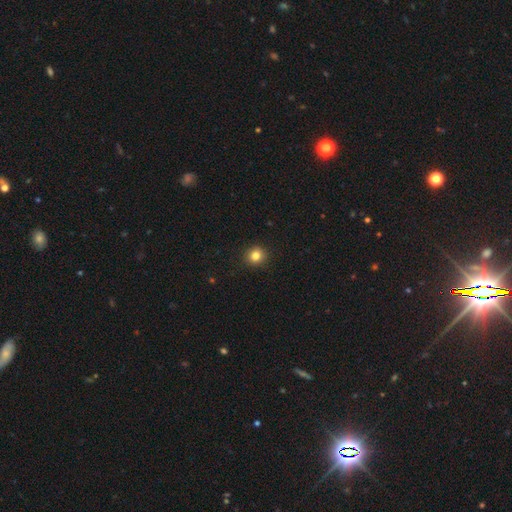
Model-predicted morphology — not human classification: smooth_or_featured: smooth (p=0.83) [alt: star or artifact p=0.12]
how_rounded: round (p=0.88) [alt: in between p=0.11]
merging: none (p=0.92) [alt: minor disturbance p=0.06]